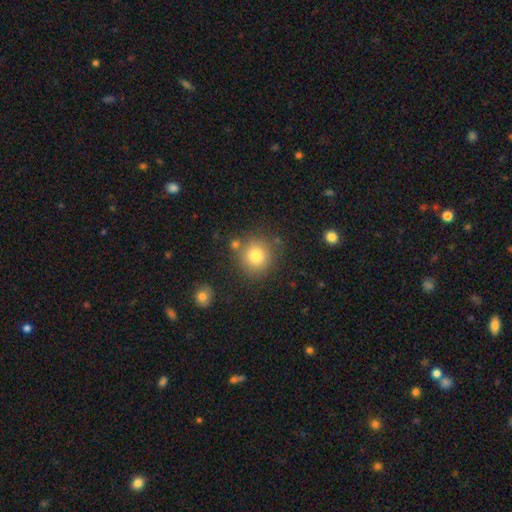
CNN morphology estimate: Smooth or featured: smooth — 80% (star or artifact — 12%)
How rounded: round — 91% (in between — 8%)
Merging: none — 80% (minor disturbance — 10%)